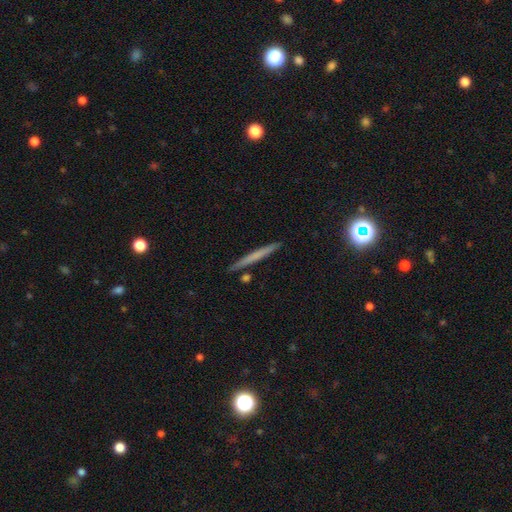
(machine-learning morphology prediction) Smooth or featured? Predicted: smooth (p=0.55). How rounded? Predicted: cigar-shaped (p=0.96). Merging? Predicted: none (p=0.90).